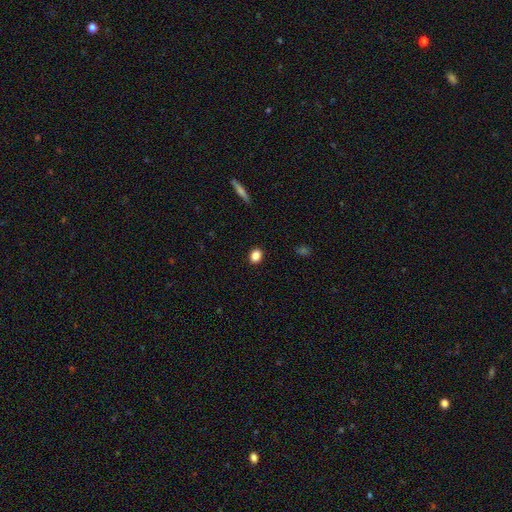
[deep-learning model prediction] smooth-or-featured: smooth: 86% | star or artifact: 10% | featured or disk: 4%
  how-rounded: round: 51% | in between: 47% | cigar-shaped: 2%
  merging: none: 90% | minor disturbance: 7% | major disturbance: 2% | merger: 1%